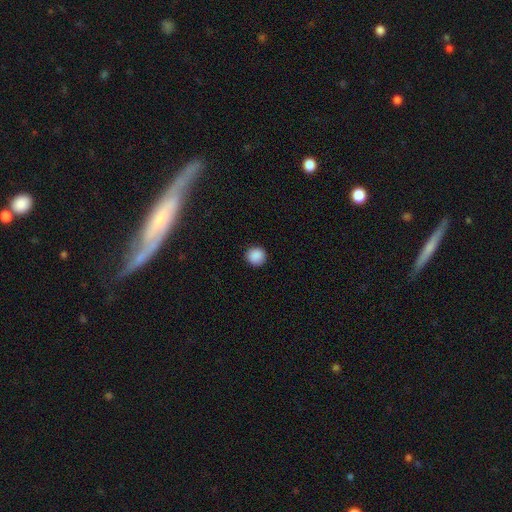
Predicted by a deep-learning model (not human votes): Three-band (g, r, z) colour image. It shows a smooth galaxy with no disk features (89%) that is round (94%). Merging: none (92%).